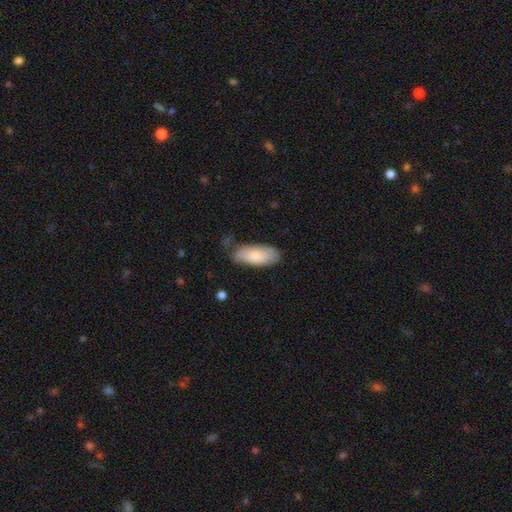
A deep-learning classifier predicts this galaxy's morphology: Smooth or featured: smooth — 76% (featured or disk — 18%)
How rounded: in between — 87% (cigar-shaped — 11%)
Merging: none — 65% (minor disturbance — 26%)